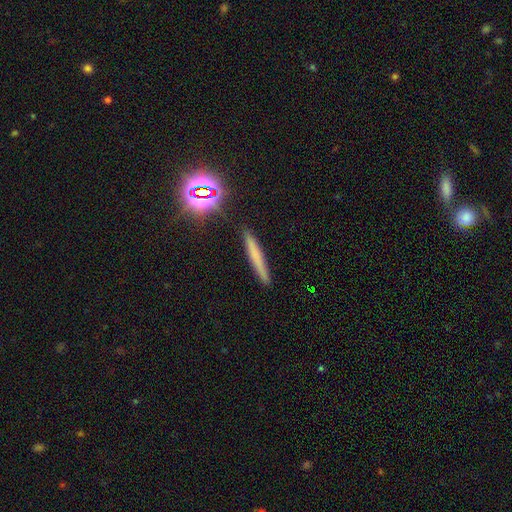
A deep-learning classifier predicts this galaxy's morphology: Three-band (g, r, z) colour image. It shows a smooth galaxy with no disk features (58%) that is cigar-shaped (95%). Merging: none (89%).